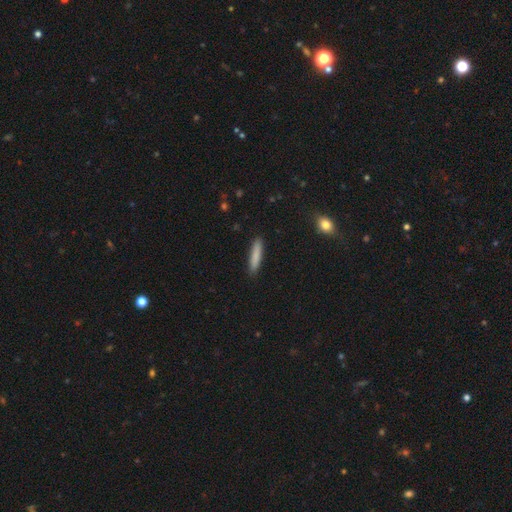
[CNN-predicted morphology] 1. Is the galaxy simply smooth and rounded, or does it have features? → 84% smooth, 9% featured or disk, 6% star or artifact.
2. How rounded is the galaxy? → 88% cigar-shaped, 11% in between, 1% round.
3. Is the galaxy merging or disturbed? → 89% none, 8% minor disturbance, 2% major disturbance, 1% merger.